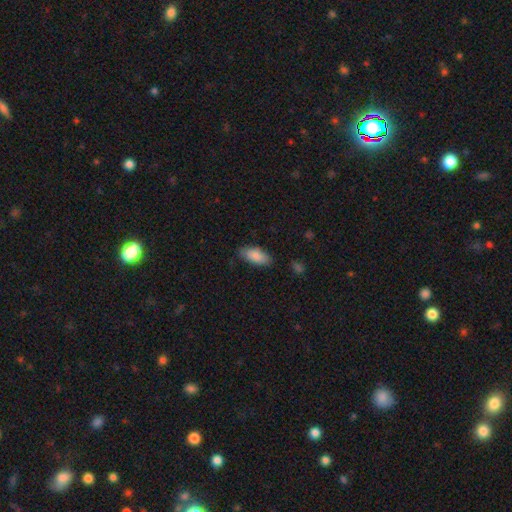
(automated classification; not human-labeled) Q: Smooth or featured?
A: smooth (86%); runner-up: featured or disk (7%)
Q: How rounded?
A: in between (86%); runner-up: cigar-shaped (12%)
Q: Merging?
A: none (81%); runner-up: minor disturbance (14%)